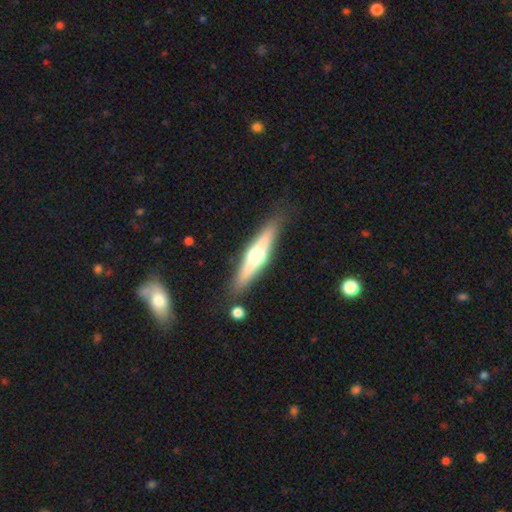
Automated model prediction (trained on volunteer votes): A featured or disk galaxy (60%) viewed edge-on (93%) with a rounded central bulge (93%). Merging: none (84%).